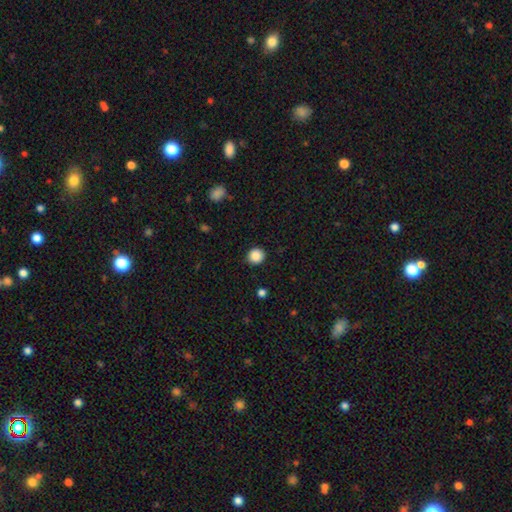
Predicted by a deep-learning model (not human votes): This is clearly a smooth galaxy (88%). How rounded: clearly round (87%). Merging: clearly none (90%).